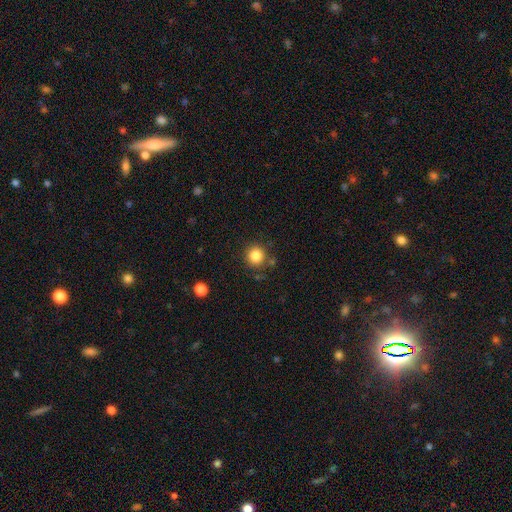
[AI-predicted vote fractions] A smooth galaxy with no disk features (84%) that is round (94%). Merging: none (84%).